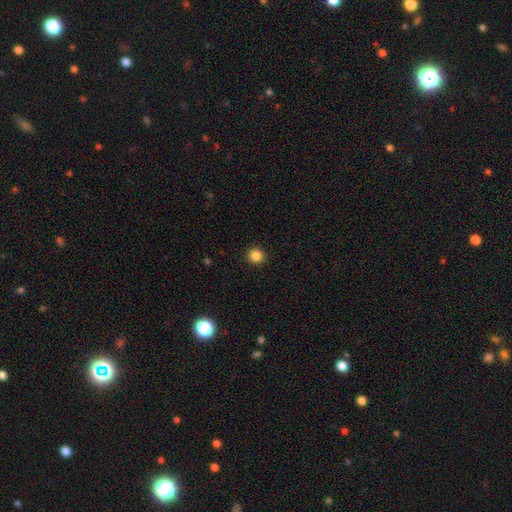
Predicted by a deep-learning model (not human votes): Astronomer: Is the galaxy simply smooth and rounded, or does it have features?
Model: smooth — 85%.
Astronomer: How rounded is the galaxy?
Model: round — 89%.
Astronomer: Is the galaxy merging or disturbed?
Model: none — 92%.